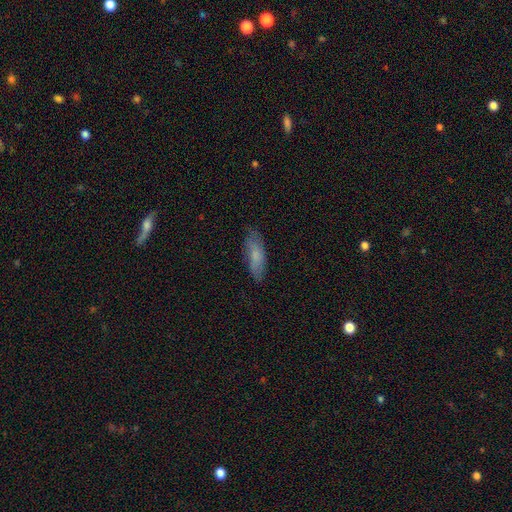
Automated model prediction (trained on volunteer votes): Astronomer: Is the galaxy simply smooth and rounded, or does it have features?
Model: smooth — 70%.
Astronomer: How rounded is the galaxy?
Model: in between — 55% (runner-up: cigar-shaped, 43%).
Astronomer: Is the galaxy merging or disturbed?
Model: none — 76%.